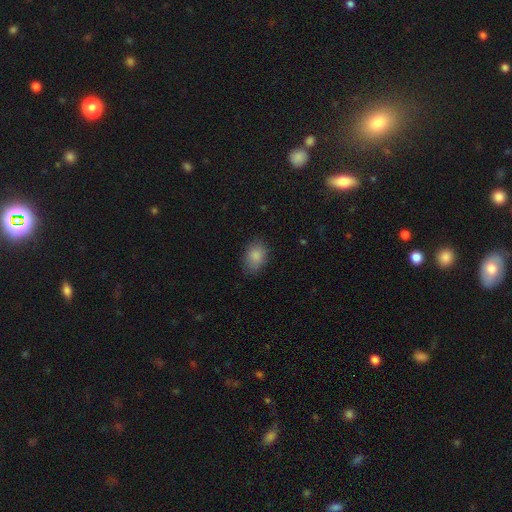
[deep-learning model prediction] The model was most divided on "merging": none: 76%, minor disturbance: 19%, major disturbance: 4%, merger: 1%. More confident: smooth or featured — smooth (86%); how rounded — in between (78%).